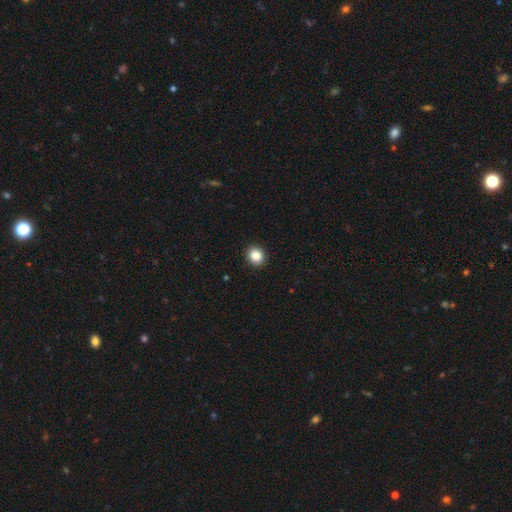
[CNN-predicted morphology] Smooth or featured? Predicted: smooth (p=0.85). How rounded? Predicted: round (p=0.84). Merging? Predicted: none (p=0.93).